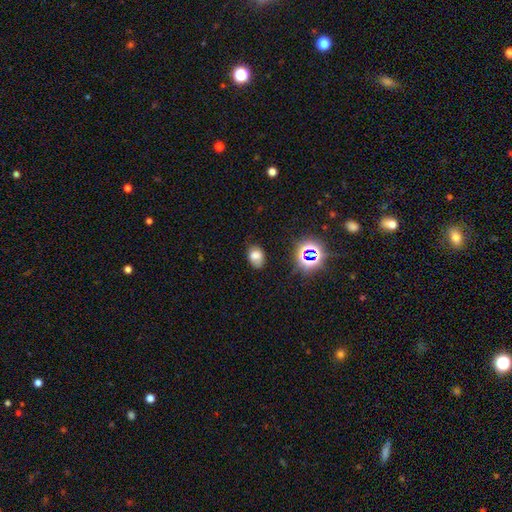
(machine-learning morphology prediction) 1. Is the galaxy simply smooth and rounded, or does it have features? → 72% smooth, 18% star or artifact, 11% featured or disk.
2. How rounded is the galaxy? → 76% in between, 23% round, 1% cigar-shaped.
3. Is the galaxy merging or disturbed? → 64% none, 25% minor disturbance, 7% major disturbance, 3% merger.